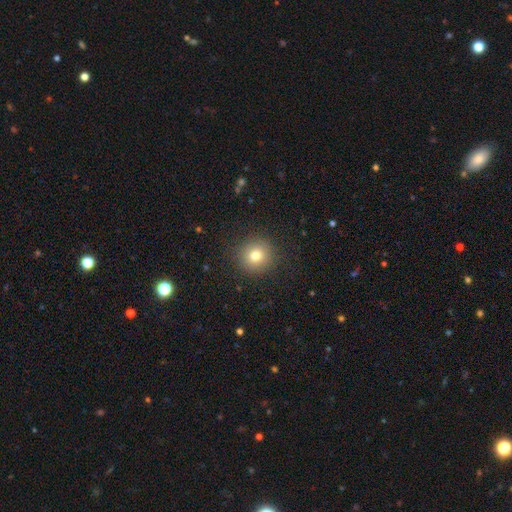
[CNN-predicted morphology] Smooth or featured: smooth — 77% (star or artifact — 13%)
How rounded: round — 94% (in between — 5%)
Merging: none — 90% (minor disturbance — 6%)